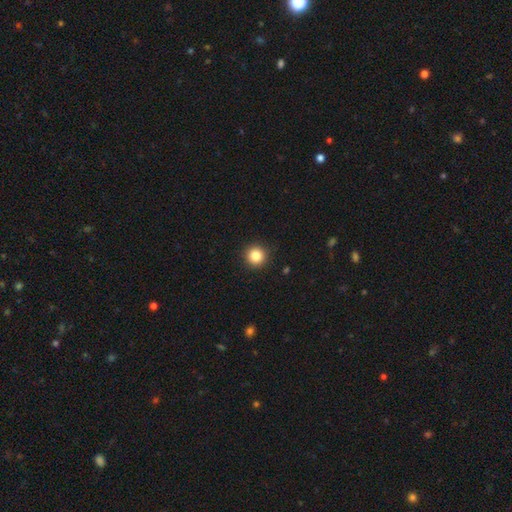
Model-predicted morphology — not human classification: smooth-or-featured: smooth: 85% | star or artifact: 10% | featured or disk: 5%
  how-rounded: round: 95% | in between: 4% | cigar-shaped: 1%
  merging: none: 93% | minor disturbance: 5% | major disturbance: 2% | merger: 1%